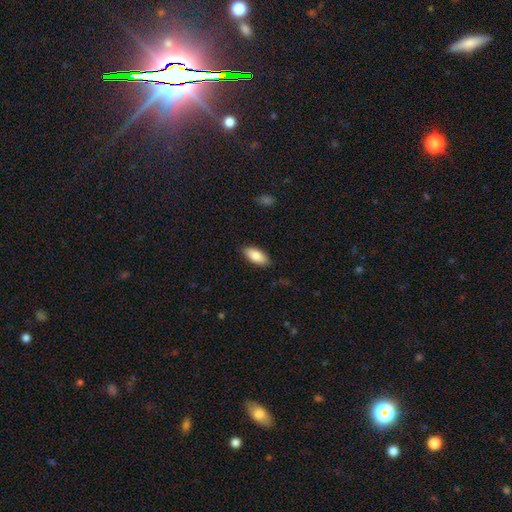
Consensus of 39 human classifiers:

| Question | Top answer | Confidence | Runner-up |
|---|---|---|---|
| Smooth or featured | smooth | 90% | featured or disk (8%) |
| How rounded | in between | 94% | cigar-shaped (6%) |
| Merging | none | 92% | minor disturbance (8%) |